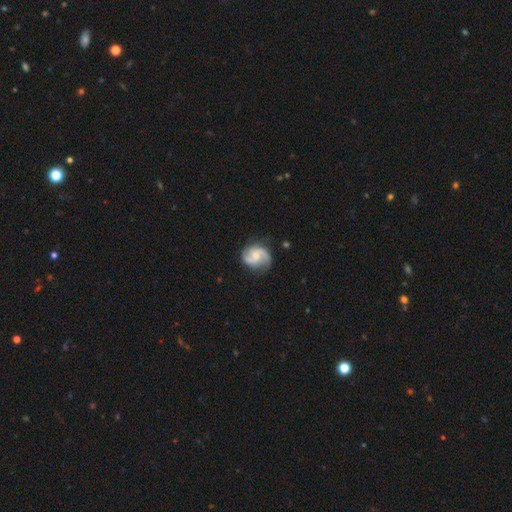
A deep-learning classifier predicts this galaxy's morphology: Smooth or featured?
  - featured or disk: 81% *
  - smooth: 14%
  - star or artifact: 6%
Edge-on disk?
  - no: 98% *
  - yes: 2%
Bar?
  - no: 54% *
  - weak: 39%
  - strong: 7%
Spiral arms?
  - yes: 97% *
  - no: 3%
Spiral winding?
  - medium: 49% *
  - loose: 32%
  - tight: 19%
Spiral arm count?
  - 2: 88% *
  - can't tell: 4%
  - 3: 3%
  - 1: 3%
  - 4: 1%
  - more than 4: 1%
Bulge size?
  - small: 48% *
  - moderate: 39%
  - none: 9%
  - large: 3%
  - dominant: 1%
Merging?
  - none: 77% *
  - minor disturbance: 16%
  - major disturbance: 5%
  - merger: 1%